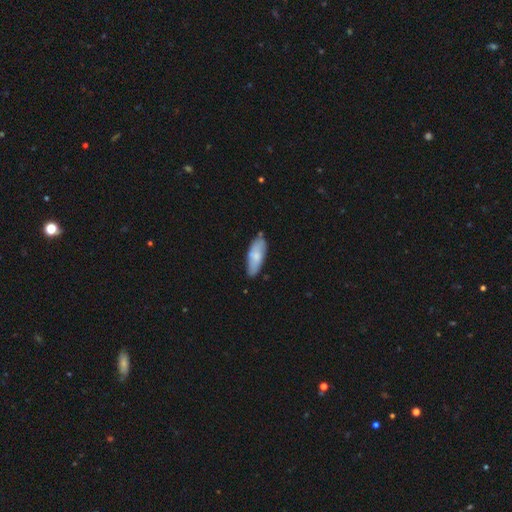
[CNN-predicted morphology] type=smooth (72%); roundness=in between (72%); merging=none (71%).